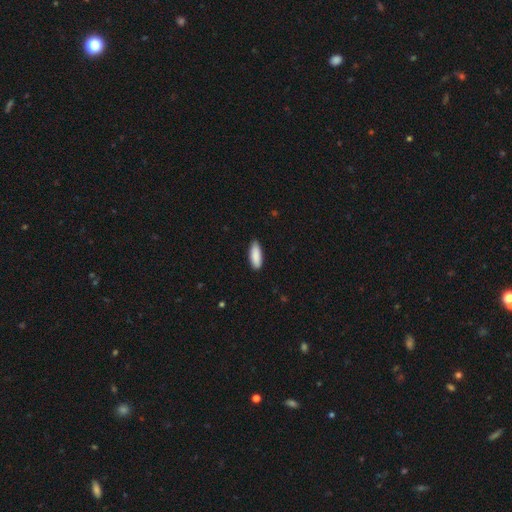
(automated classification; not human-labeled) This appears to be a smooth galaxy with no disk features (90%) that is in between round and cigar-shaped (72%). Merging: none (86%).